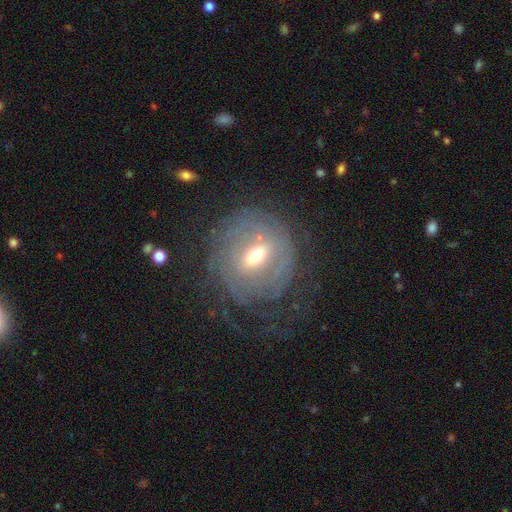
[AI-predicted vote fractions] Smooth or featured? Predicted: featured or disk (p=0.74). Edge-on disk? Predicted: no (p=0.93). Bar? Predicted: weak (p=0.49). Spiral arms? Predicted: yes (p=0.72). Bulge size? Predicted: moderate (p=0.57). Merging? Predicted: none (p=0.63).